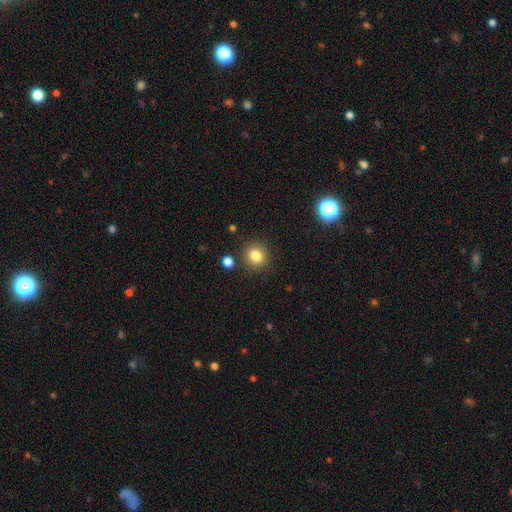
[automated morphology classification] smooth 82%, star or artifact 11%, featured or disk 6%. Down the decision tree: how rounded — round (86%); merging — none (86%).